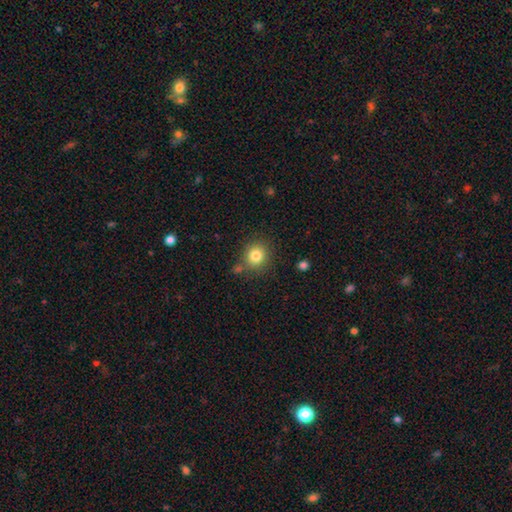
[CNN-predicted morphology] Smooth or featured? smooth (82%)
How rounded? round (86%)
Merging? none (78%)